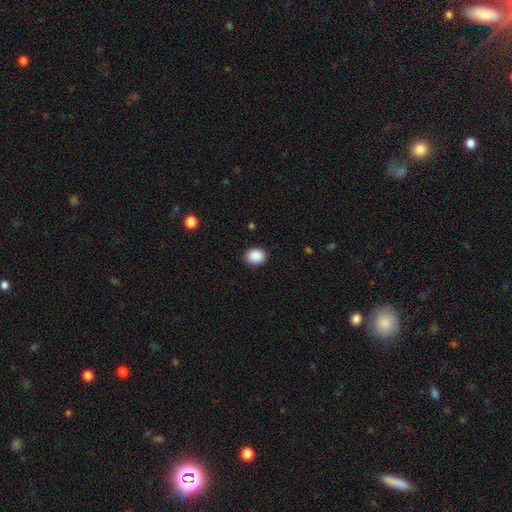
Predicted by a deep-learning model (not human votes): Smooth or featured: smooth — 89% (star or artifact — 8%)
How rounded: round — 68% (in between — 32%)
Merging: none — 89% (minor disturbance — 7%)